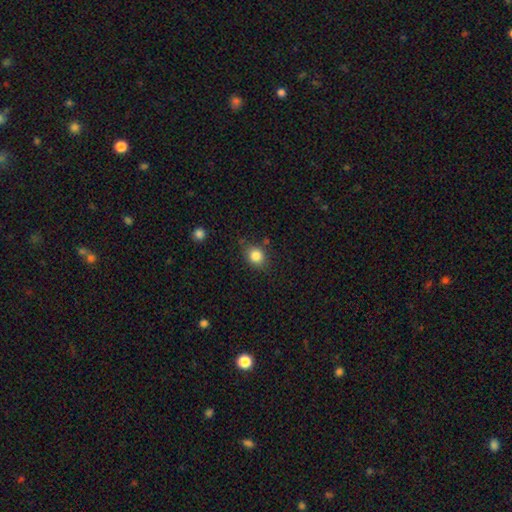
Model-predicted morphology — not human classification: The model was most divided on "how rounded": round: 67%, in between: 32%, cigar-shaped: 1%. More confident: smooth or featured — smooth (84%); merging — none (75%).